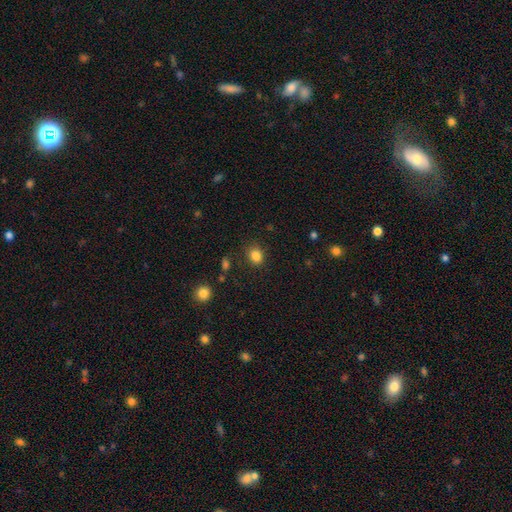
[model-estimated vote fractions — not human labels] smooth_or_featured: smooth (p=0.84) [alt: star or artifact p=0.11]
how_rounded: round (p=0.50) [alt: in between p=0.49]
merging: none (p=0.79) [alt: minor disturbance p=0.13]